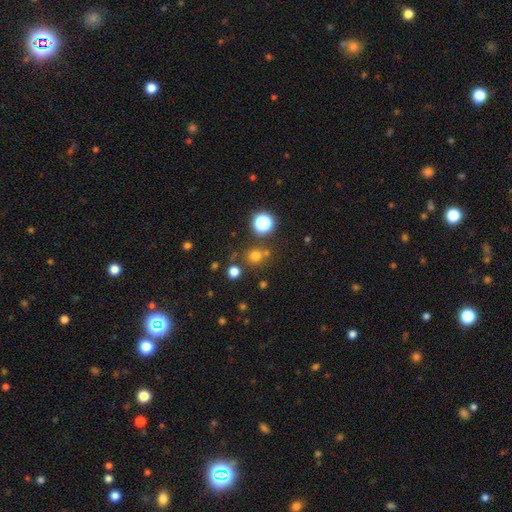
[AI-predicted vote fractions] Overall: smooth (70%). How rounded: round (89%). Merging: none (74%).